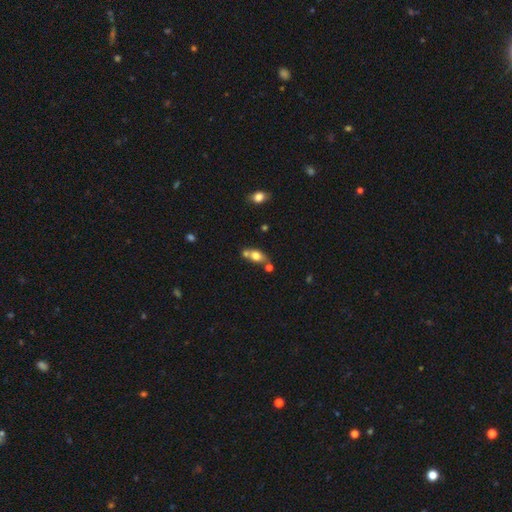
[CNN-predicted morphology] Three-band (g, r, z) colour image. It shows a smooth galaxy with no disk features (71%) that is in between round and cigar-shaped (68%). Merging: none (49%).